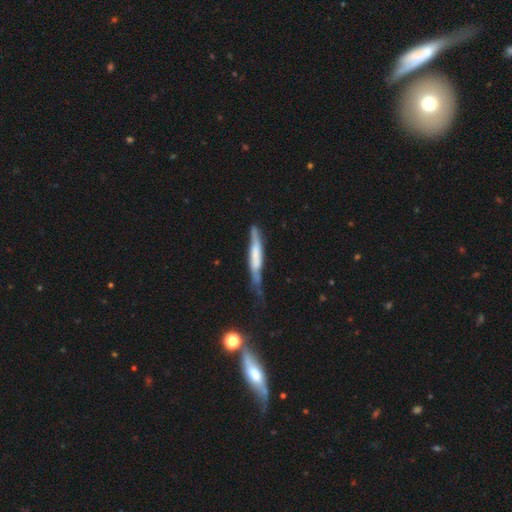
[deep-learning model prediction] Smooth or featured? smooth (48%)
Merging? none (44%)